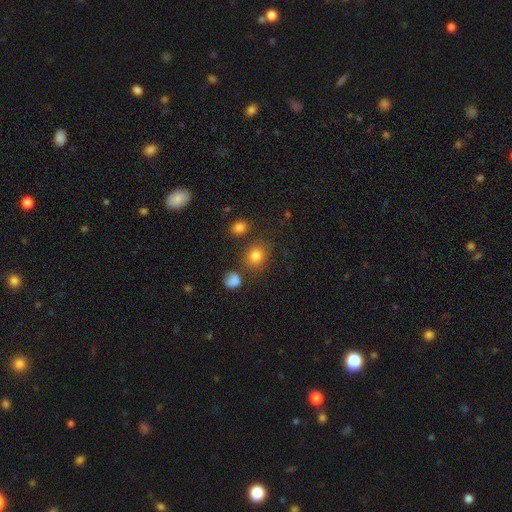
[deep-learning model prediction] Q: Smooth or featured?
A: smooth (80%); runner-up: star or artifact (13%)
Q: How rounded?
A: round (73%); runner-up: in between (26%)
Q: Merging?
A: none (77%); runner-up: minor disturbance (12%)